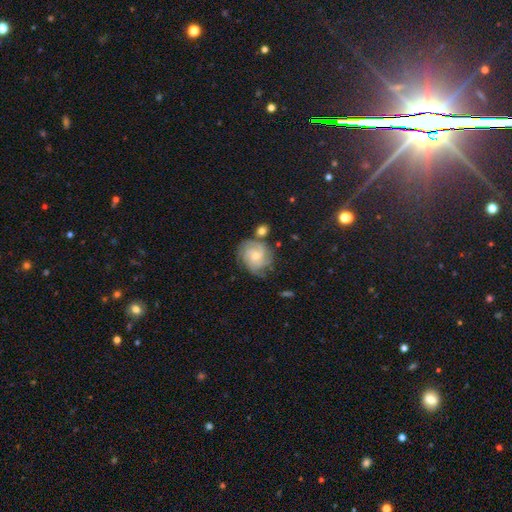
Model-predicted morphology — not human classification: Smooth or featured? Predicted: featured or disk (p=0.75). Edge-on disk? Predicted: no (p=0.98). Bar? Predicted: no (p=0.73). Spiral arms? Predicted: yes (p=0.95). Spiral winding? Predicted: tight (p=0.63). Spiral arm count? Predicted: 3 (p=0.26, tied with 4 and can't tell). Bulge size? Predicted: small (p=0.52). Merging? Predicted: none (p=0.70).